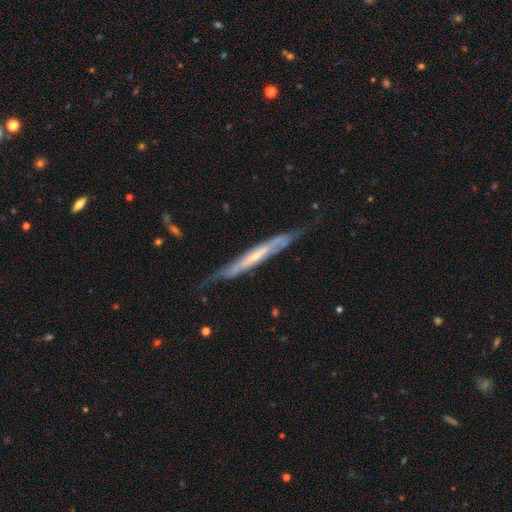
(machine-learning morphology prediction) Smooth or featured? featured or disk (73%)
Edge-on disk? yes (74%)
Edge-on bulge? none (63%)
Merging? none (65%)